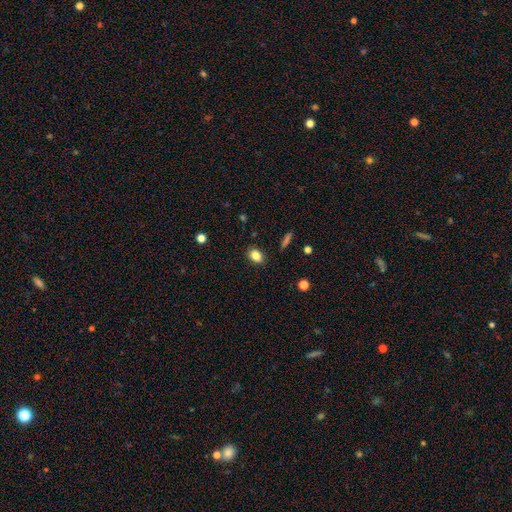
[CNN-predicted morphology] smooth-or-featured: smooth: 84% | star or artifact: 10% | featured or disk: 6%
  how-rounded: in between: 73% | round: 25% | cigar-shaped: 2%
  merging: none: 87% | minor disturbance: 9% | major disturbance: 2% | merger: 1%